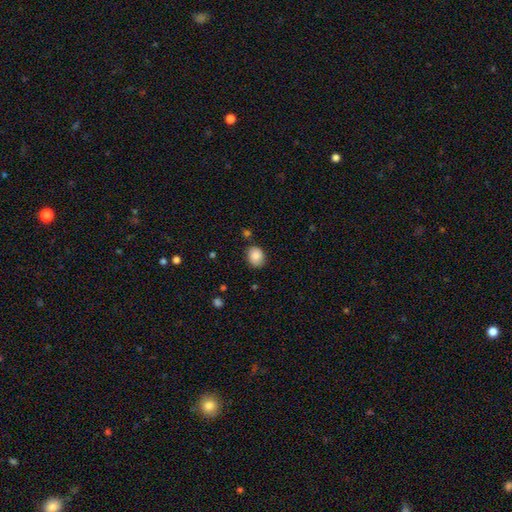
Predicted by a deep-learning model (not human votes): A smooth galaxy with no disk features (86%) that is round (50%).

Vote fractions:
- Smooth or featured? smooth: 86% / star or artifact: 8% / featured or disk: 6%
- How rounded? round: 50% / in between: 49% / cigar-shaped: 1%
- Merging? none: 78% / minor disturbance: 16% / merger: 3% / major disturbance: 3%